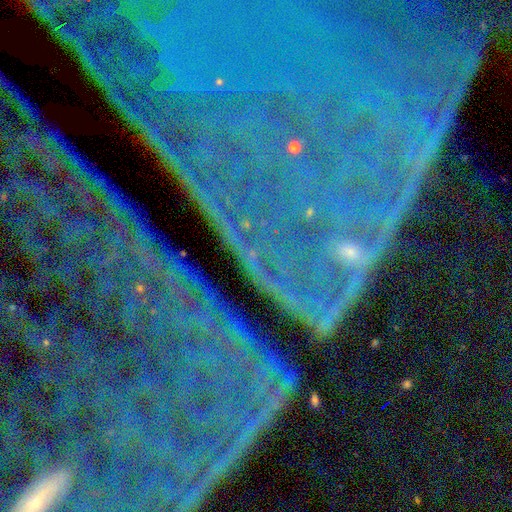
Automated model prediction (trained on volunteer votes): Overall: star or artifact (83%).